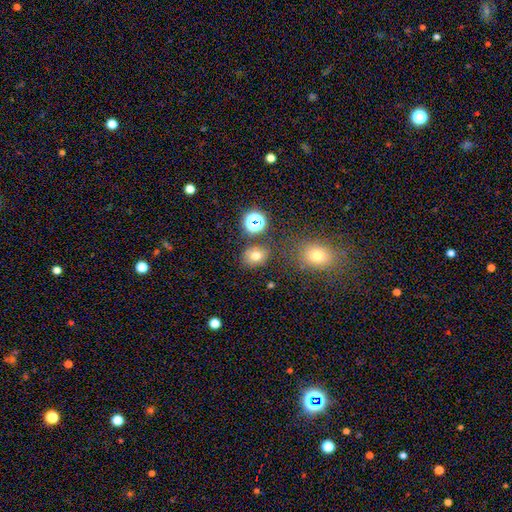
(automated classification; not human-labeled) This appears to be a smooth galaxy with no disk features (70%) that is round (51%). Merging: none (76%).